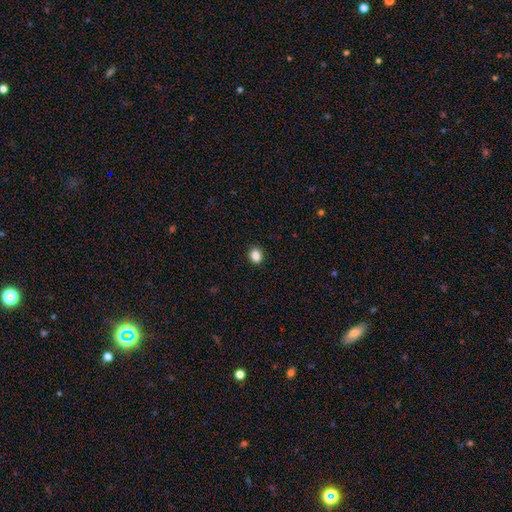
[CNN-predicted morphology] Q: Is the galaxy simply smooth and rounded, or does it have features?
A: smooth — 87%.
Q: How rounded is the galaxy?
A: round — 52%.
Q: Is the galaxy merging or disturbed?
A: none — 91%.